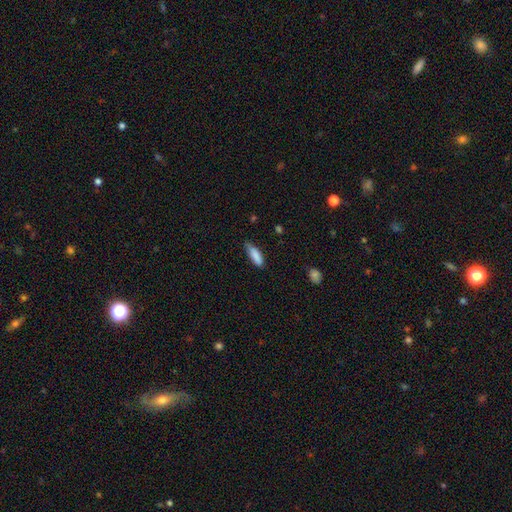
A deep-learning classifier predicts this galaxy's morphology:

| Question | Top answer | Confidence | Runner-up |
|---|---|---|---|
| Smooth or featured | smooth | 87% | featured or disk (7%) |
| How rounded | in between | 60% | cigar-shaped (38%) |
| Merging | none | 64% | minor disturbance (30%) |